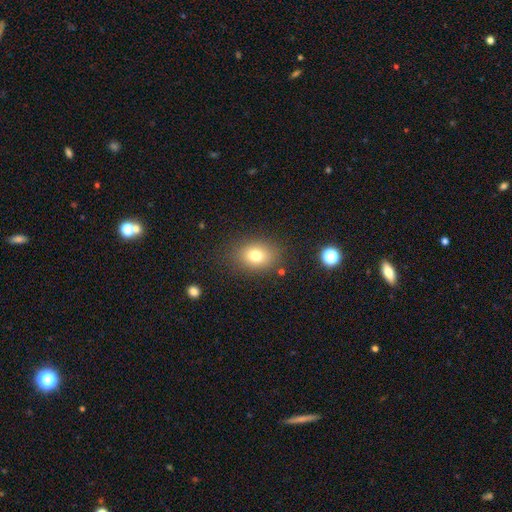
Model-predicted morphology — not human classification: Smooth or featured: smooth — 78% (star or artifact — 12%)
How rounded: in between — 64% (round — 35%)
Merging: none — 83% (minor disturbance — 11%)